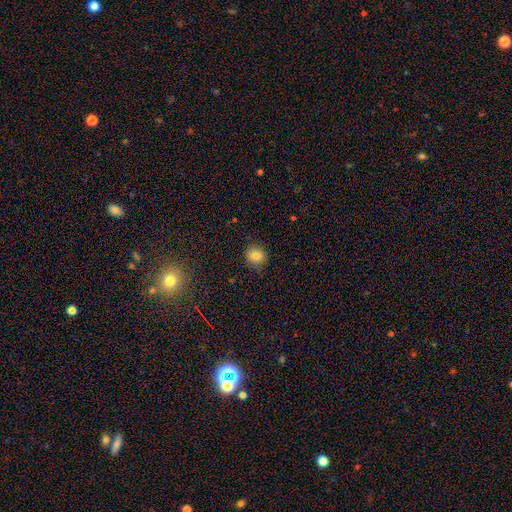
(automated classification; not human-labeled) smooth 82%, star or artifact 11%, featured or disk 6%. Down the decision tree: how rounded — round (74%); merging — none (86%).